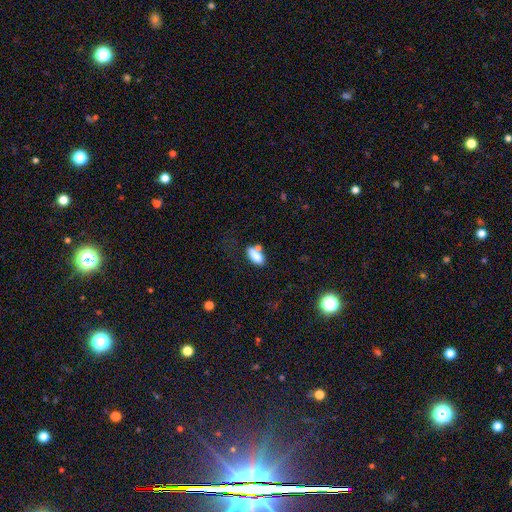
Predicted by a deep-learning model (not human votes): Smooth or featured: smooth — 79% (featured or disk — 12%)
How rounded: in between — 80% (cigar-shaped — 15%)
Merging: none — 49% (merger — 23%)